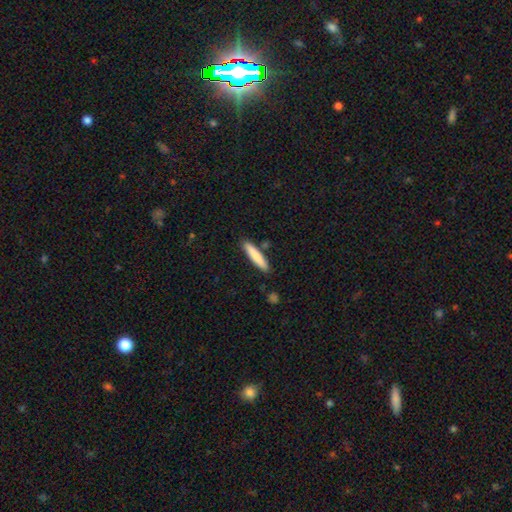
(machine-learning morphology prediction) A smooth galaxy with no disk features (80%) that is cigar-shaped (88%).

Vote fractions:
- Smooth or featured? smooth: 80% / featured or disk: 14% / star or artifact: 5%
- How rounded? cigar-shaped: 88% / in between: 10% / round: 1%
- Merging? none: 86% / minor disturbance: 9% / merger: 3% / major disturbance: 2%